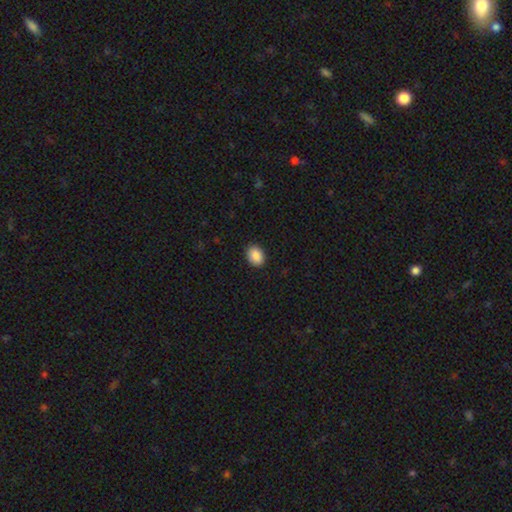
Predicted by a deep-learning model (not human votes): This appears to be a smooth galaxy with no disk features (90%) that is in between round and cigar-shaped (72%). Merging: none (90%).